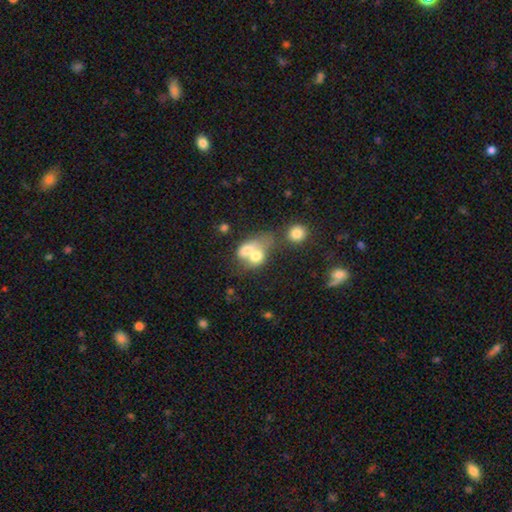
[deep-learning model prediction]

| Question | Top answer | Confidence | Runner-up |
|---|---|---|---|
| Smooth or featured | smooth | 65% | featured or disk (25%) |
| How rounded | in between | 56% | round (43%) |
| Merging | merger | 74% | none (13%) |